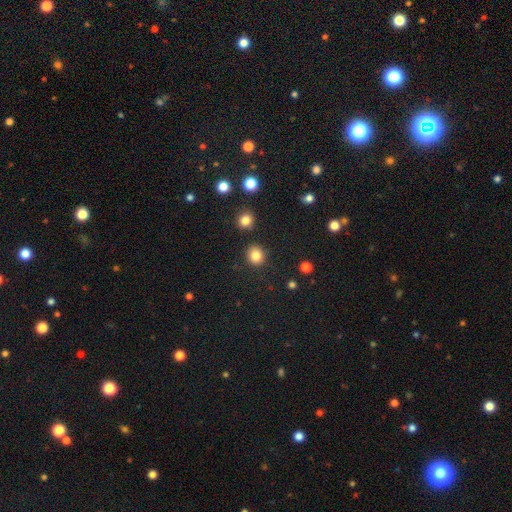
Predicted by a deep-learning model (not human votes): The model was most divided on "how rounded": round: 86%, in between: 14%, cigar-shaped: 1%. More confident: merging — none (87%); smooth or featured — smooth (84%).